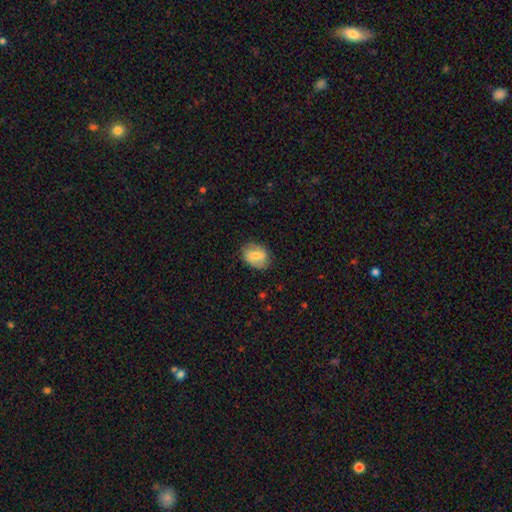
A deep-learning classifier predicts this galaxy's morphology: Overall: smooth (66%; featured or disk 27%). How rounded: in between (75%). Merging: none (78%).